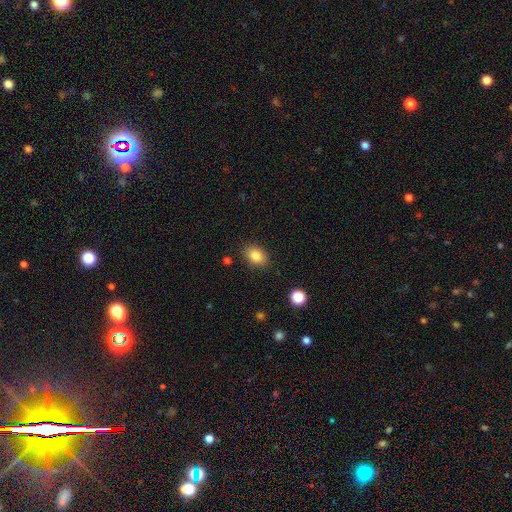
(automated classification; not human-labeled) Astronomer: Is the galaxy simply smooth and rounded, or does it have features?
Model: smooth — 84%.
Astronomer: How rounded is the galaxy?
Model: in between — 72%.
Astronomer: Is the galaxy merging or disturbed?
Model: none — 87%.